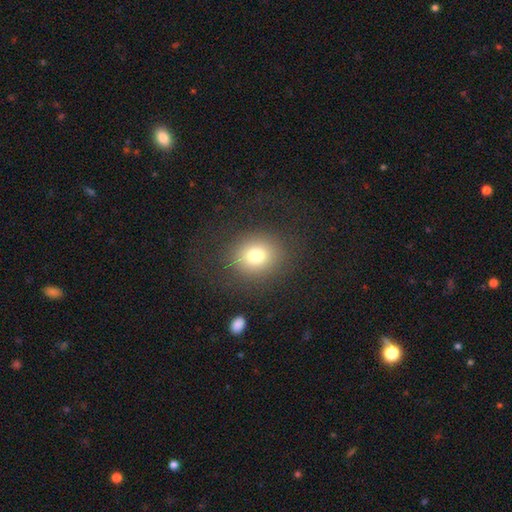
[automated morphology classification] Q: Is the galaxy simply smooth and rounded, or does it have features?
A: smooth — 76%.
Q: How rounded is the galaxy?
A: round — 76%.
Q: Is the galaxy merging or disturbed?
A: none — 83%.